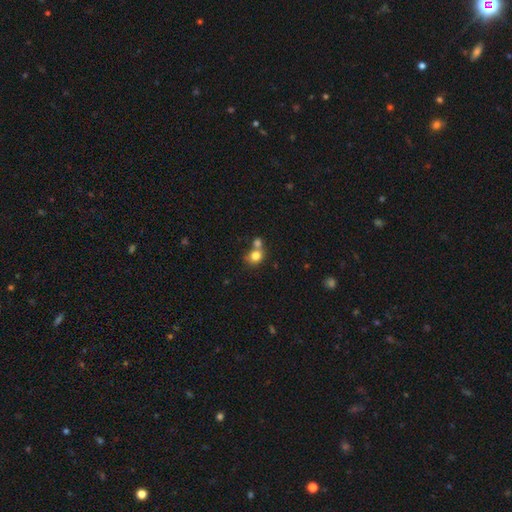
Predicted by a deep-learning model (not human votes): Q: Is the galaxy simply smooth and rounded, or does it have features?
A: smooth — 79%.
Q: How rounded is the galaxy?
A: round — 74%.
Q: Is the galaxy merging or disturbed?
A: merger — 46%.